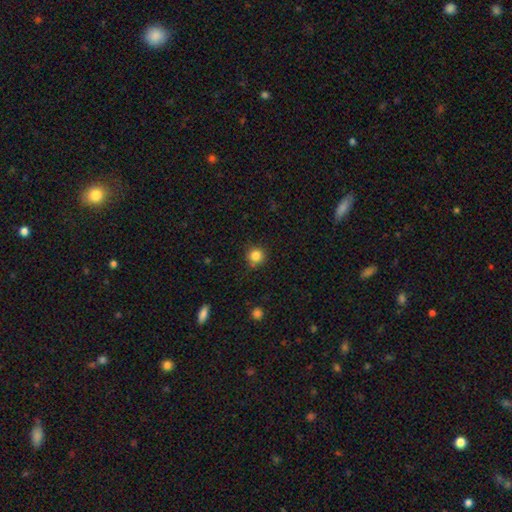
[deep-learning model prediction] Smooth or featured? smooth (83%)
How rounded? round (94%)
Merging? none (83%)